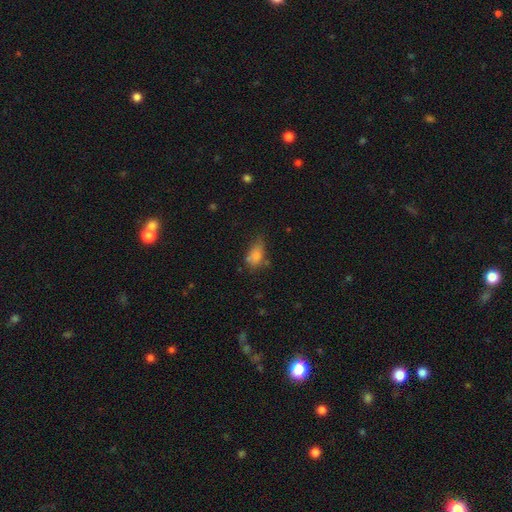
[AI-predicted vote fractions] Q: Smooth or featured?
A: smooth (77%); runner-up: featured or disk (12%)
Q: How rounded?
A: in between (84%); runner-up: round (11%)
Q: Merging?
A: none (40%); runner-up: minor disturbance (35%)